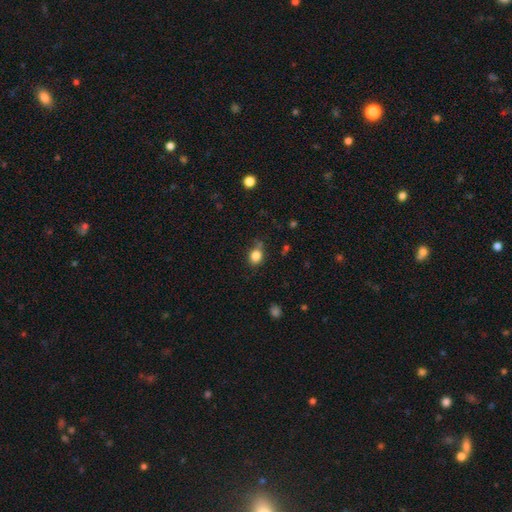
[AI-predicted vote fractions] A smooth galaxy with no disk features (83%) that is round (66%).

Vote fractions:
- Smooth or featured? smooth: 83% / star or artifact: 11% / featured or disk: 5%
- How rounded? round: 66% / in between: 33% / cigar-shaped: 1%
- Merging? none: 72% / minor disturbance: 18% / merger: 6% / major disturbance: 4%